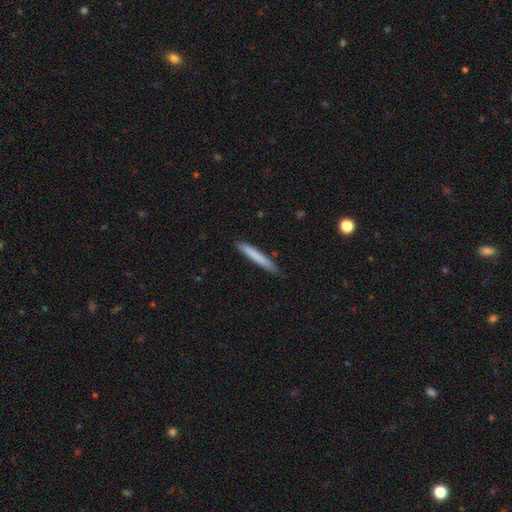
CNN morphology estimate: This appears to be a smooth galaxy with no disk features (76%) that is cigar-shaped (96%). Merging: none (88%).